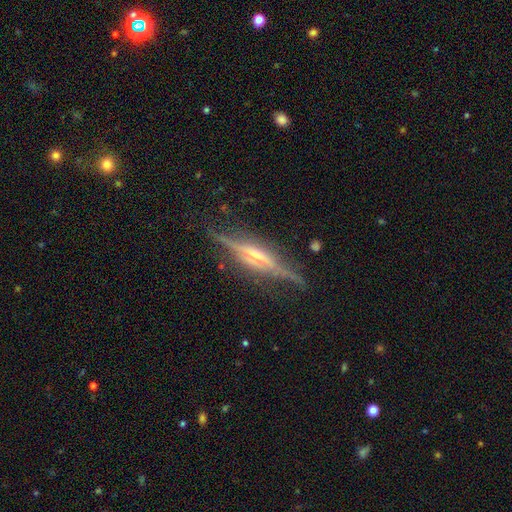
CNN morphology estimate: smooth-or-featured: featured or disk: 85% | smooth: 8% | star or artifact: 7%
  disk-edge-on: yes: 96% | no: 4%
    edge-on-bulge: rounded: 63% | boxy: 22% | none: 15%
  merging: none: 80% | minor disturbance: 14% | major disturbance: 5% | merger: 2%